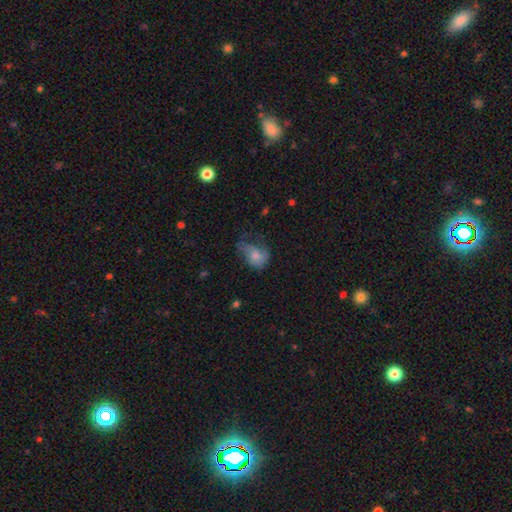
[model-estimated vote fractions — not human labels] Morphology: type=smooth (64%); roundness=in between (74%); merging=major disturbance (41%).